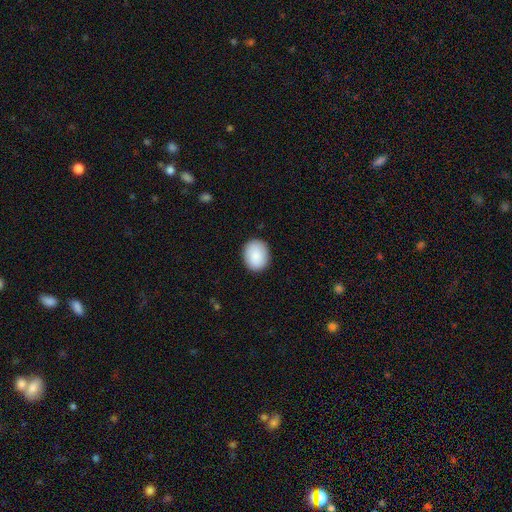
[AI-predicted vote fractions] Smooth or featured? smooth (88%)
How rounded? in between (52%)
Merging? none (88%)